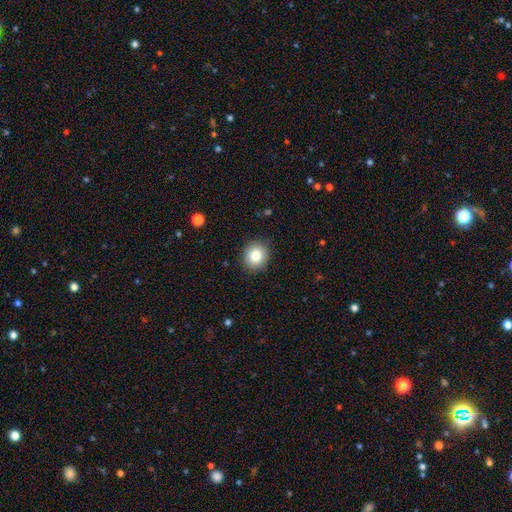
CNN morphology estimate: Overall: smooth (82%). How rounded: round (80%). Merging: none (90%).